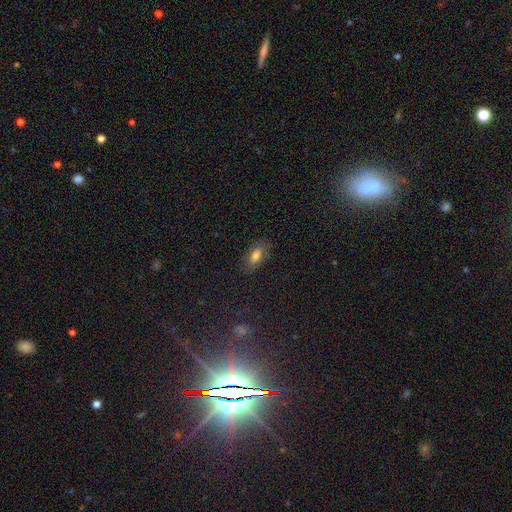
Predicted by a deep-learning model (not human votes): smooth 76%, featured or disk 12%, star or artifact 11%. Down the decision tree: how rounded — in between (86%); merging — none (81%).